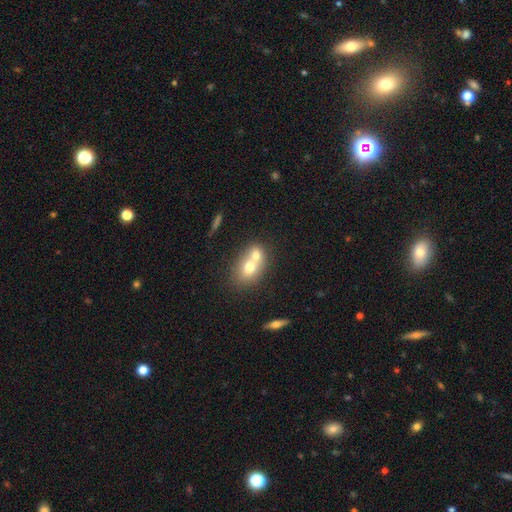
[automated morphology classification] Smooth or featured: smooth — 66% (featured or disk — 24%)
How rounded: in between — 57% (round — 41%)
Merging: merger — 71% (none — 21%)